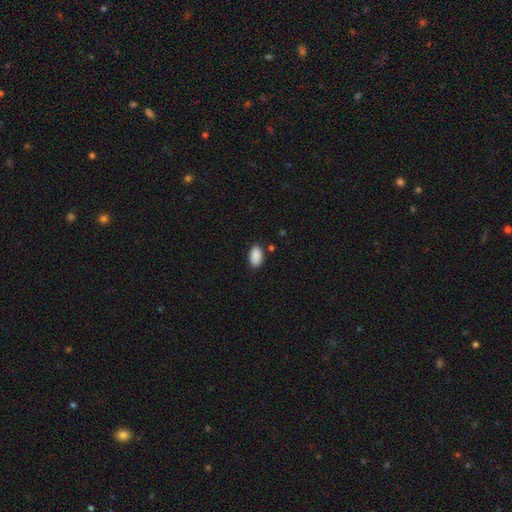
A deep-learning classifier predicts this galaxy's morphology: smooth-or-featured: smooth: 90% | star or artifact: 7% | featured or disk: 3%
  how-rounded: in between: 94% | round: 5% | cigar-shaped: 2%
  merging: none: 85% | minor disturbance: 11% | major disturbance: 2% | merger: 2%